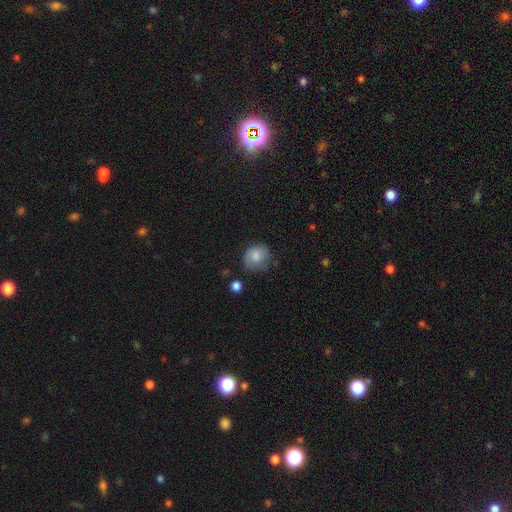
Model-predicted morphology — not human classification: Overall: smooth (78%). How rounded: round (71%). Merging: none (60%; minor disturbance 29%).